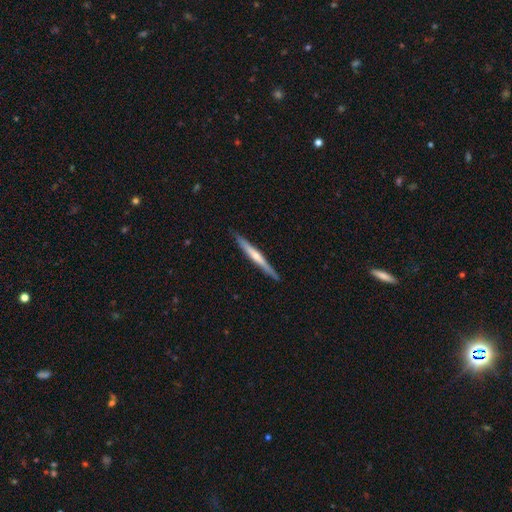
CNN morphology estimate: Overall: featured or disk (66%; smooth 29%). Edge-on disk: yes (97%). Edge-on bulge: rounded (65%; none 30%). Merging: none (91%).